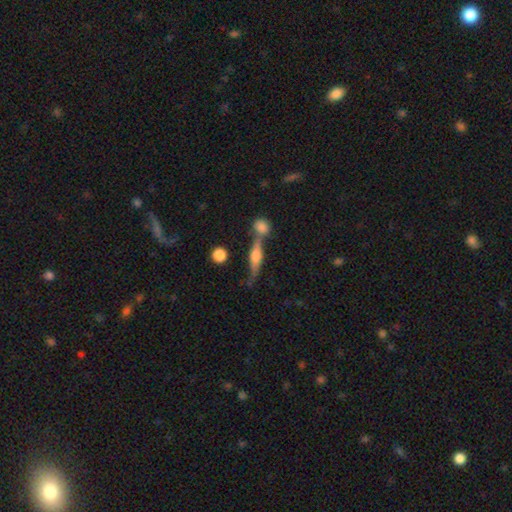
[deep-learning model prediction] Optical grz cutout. It shows a featured or disk galaxy (60%) viewed edge-on (91%) with a rounded central bulge (84%). Merging: none (60%).